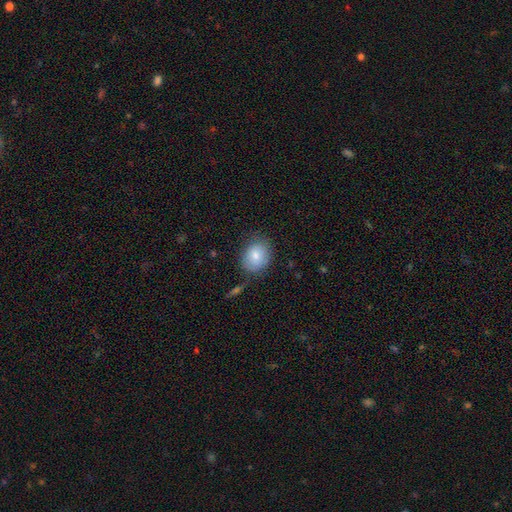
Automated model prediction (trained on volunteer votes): Smooth or featured: smooth — 81% (featured or disk — 11%)
How rounded: in between — 50% (round — 49%)
Merging: none — 73% (minor disturbance — 18%)